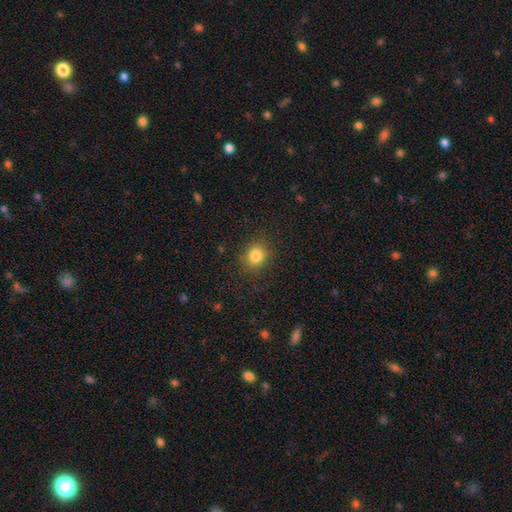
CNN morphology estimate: Overall: smooth (83%). How rounded: round (68%; in between 31%). Merging: none (85%).